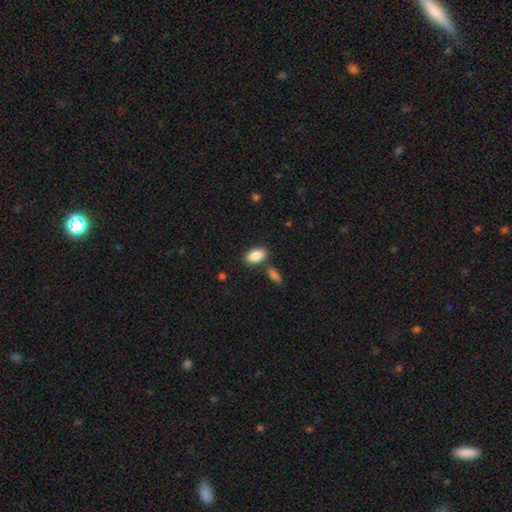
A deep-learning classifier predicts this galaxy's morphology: This appears to be a smooth galaxy with no disk features (88%) that is in between round and cigar-shaped (93%). Merging: none (77%).